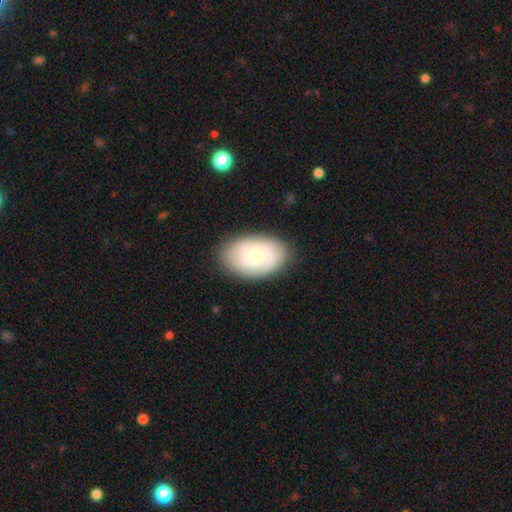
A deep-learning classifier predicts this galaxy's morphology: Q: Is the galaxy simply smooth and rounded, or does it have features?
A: featured or disk — 63%.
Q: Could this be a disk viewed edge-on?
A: no — 96%.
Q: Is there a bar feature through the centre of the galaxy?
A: weak — 54%.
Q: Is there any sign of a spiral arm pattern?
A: yes — 86%.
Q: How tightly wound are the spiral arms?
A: medium — 42%.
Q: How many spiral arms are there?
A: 2 — 61%.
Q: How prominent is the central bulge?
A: small — 49%.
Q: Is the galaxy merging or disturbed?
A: none — 83%.